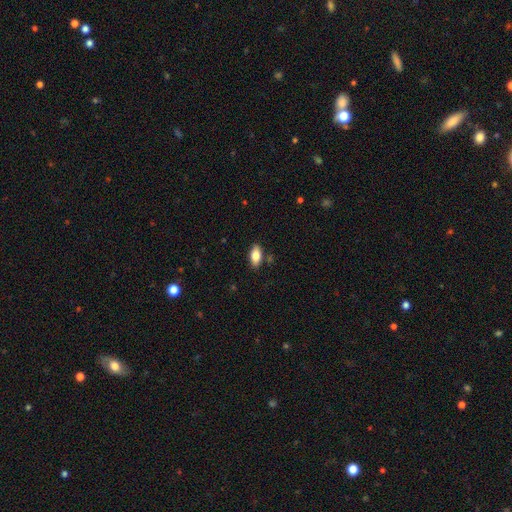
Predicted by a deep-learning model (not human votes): Smooth or featured?
  - smooth: 80% *
  - featured or disk: 13%
  - star or artifact: 7%
How rounded?
  - in between: 91% *
  - cigar-shaped: 6%
  - round: 3%
Merging?
  - none: 85% *
  - minor disturbance: 10%
  - merger: 3%
  - major disturbance: 2%